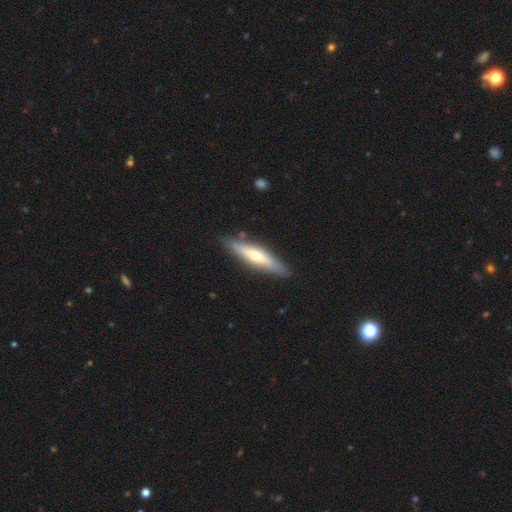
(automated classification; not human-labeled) A smooth galaxy with no disk features (48%). Merging: none (84%).